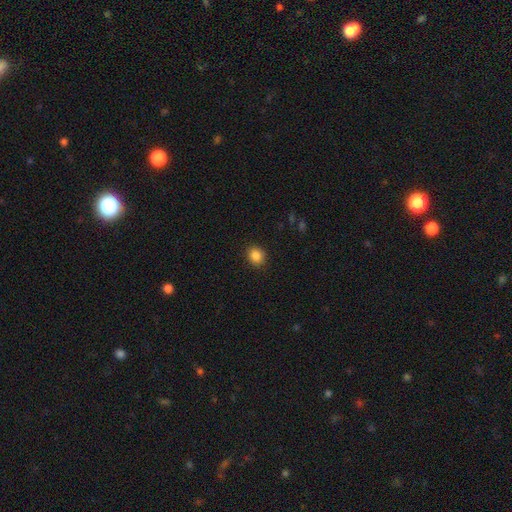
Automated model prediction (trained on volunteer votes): This appears to be a smooth galaxy with no disk features (86%) that is round (73%). Merging: none (90%).